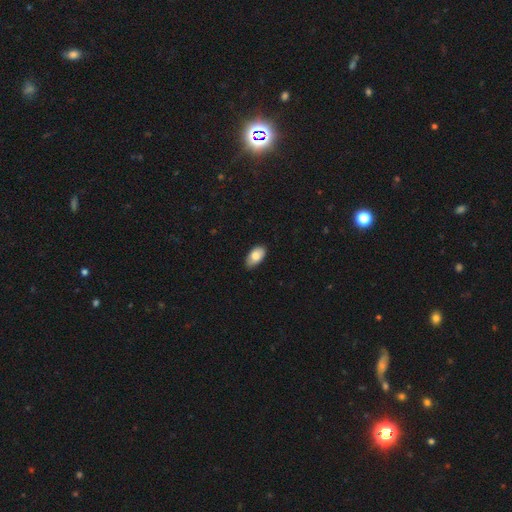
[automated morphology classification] smooth_or_featured: smooth (p=0.81) [alt: featured or disk p=0.12]
how_rounded: in between (p=0.94) [alt: round p=0.04]
merging: none (p=0.81) [alt: minor disturbance p=0.16]